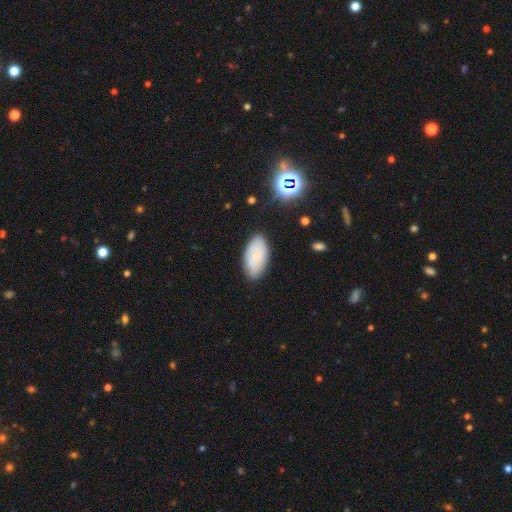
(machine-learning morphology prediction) Smooth or featured?
  - smooth: 73% *
  - featured or disk: 18%
  - star or artifact: 10%
How rounded?
  - in between: 94% *
  - cigar-shaped: 3%
  - round: 2%
Merging?
  - none: 80% *
  - minor disturbance: 15%
  - major disturbance: 3%
  - merger: 2%